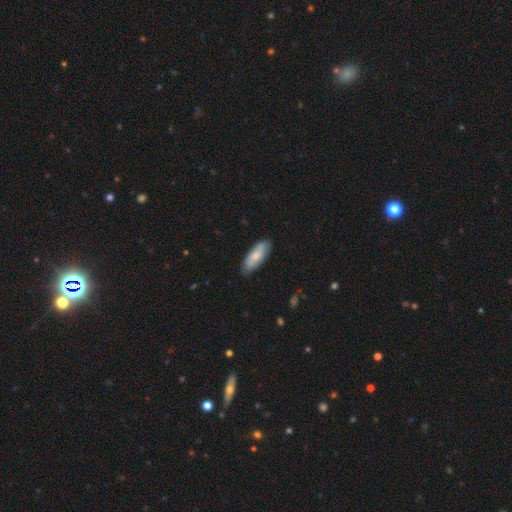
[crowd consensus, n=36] smooth_or_featured: smooth (p=0.69) [alt: featured or disk p=0.31]
how_rounded: in between (p=0.84) [alt: cigar-shaped p=0.12]
merging: none (p=0.78) [alt: minor disturbance p=0.17]